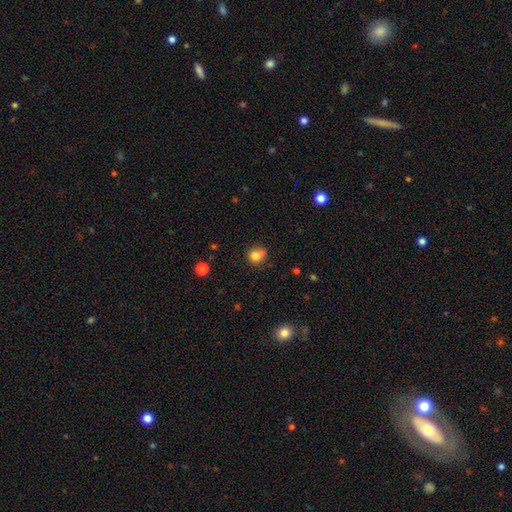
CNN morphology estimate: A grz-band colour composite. It shows a smooth galaxy with no disk features (81%) that is round (81%). Merging: none (64%).